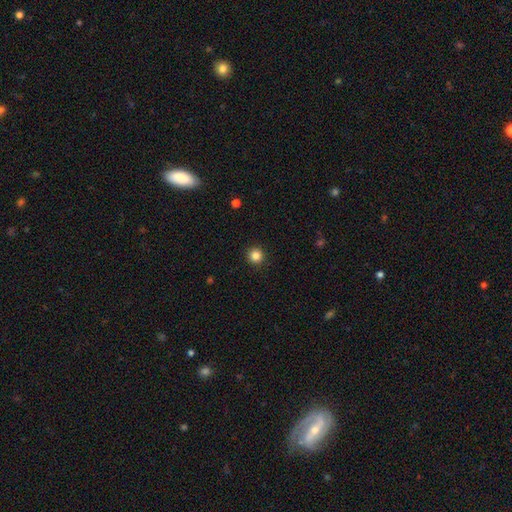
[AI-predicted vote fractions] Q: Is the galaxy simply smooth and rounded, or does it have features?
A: smooth — 84%.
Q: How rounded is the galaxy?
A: round — 96%.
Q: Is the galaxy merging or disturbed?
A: none — 93%.